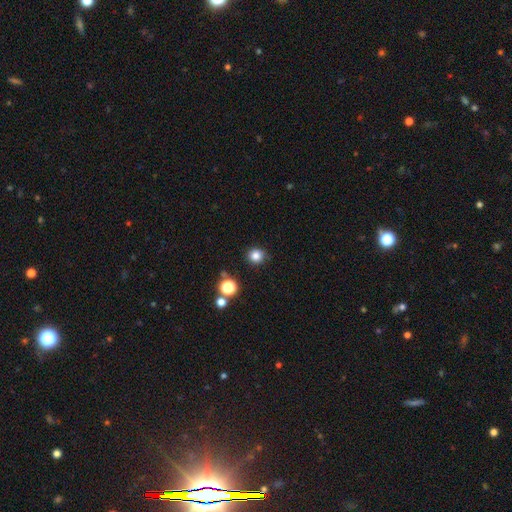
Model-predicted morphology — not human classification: Smooth or featured: smooth — 82% (star or artifact — 13%)
How rounded: round — 92% (in between — 7%)
Merging: none — 89% (minor disturbance — 7%)